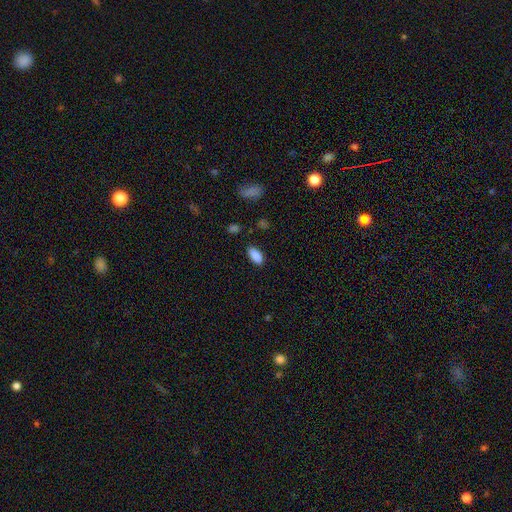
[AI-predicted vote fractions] smooth_or_featured: smooth (p=0.88) [alt: star or artifact p=0.07]
how_rounded: in between (p=0.90) [alt: cigar-shaped p=0.07]
merging: none (p=0.85) [alt: minor disturbance p=0.10]